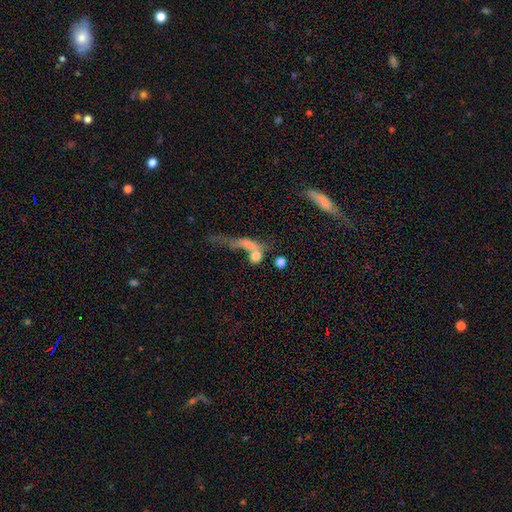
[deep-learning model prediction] smooth_or_featured: smooth (p=0.68) [alt: featured or disk p=0.19]
how_rounded: round (p=0.55) [alt: in between p=0.31]
merging: merger (p=0.48) [alt: none p=0.26]